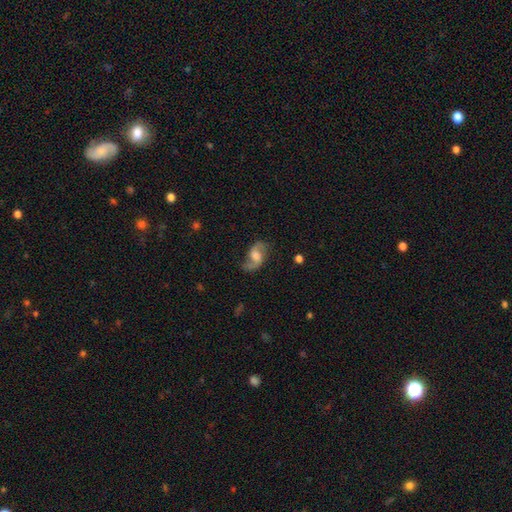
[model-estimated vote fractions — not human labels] smooth-or-featured: featured or disk: 74% | smooth: 19% | star or artifact: 7%
  disk-edge-on: no: 96% | yes: 4%
    bar: weak: 50% | no: 34% | strong: 15%
    has-spiral-arms: yes: 92% | no: 8%
      spiral-winding: loose: 69% | medium: 25% | tight: 6%
      spiral-arm-count: 2: 90% | 1: 4% | can't tell: 3% | 3: 1% | 4: 1% | more than 4: 1%
    bulge-size: moderate: 42% | large: 23% | small: 18% | none: 15% | dominant: 2%
  merging: none: 71% | minor disturbance: 18% | major disturbance: 9% | merger: 2%